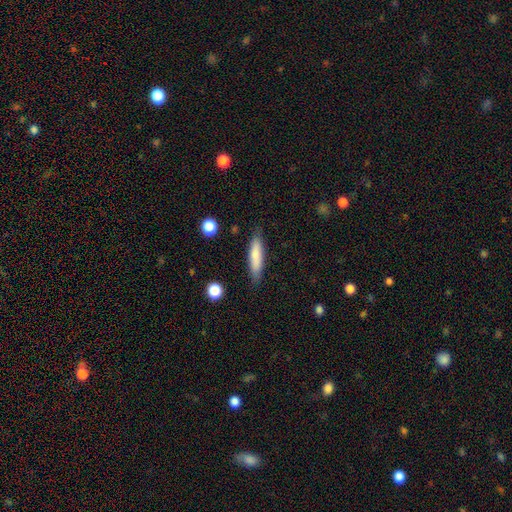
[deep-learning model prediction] Smooth or featured?
  - smooth: 77% *
  - featured or disk: 17%
  - star or artifact: 6%
How rounded?
  - cigar-shaped: 79% *
  - in between: 20%
  - round: 1%
Merging?
  - none: 84% *
  - minor disturbance: 12%
  - major disturbance: 2%
  - merger: 2%